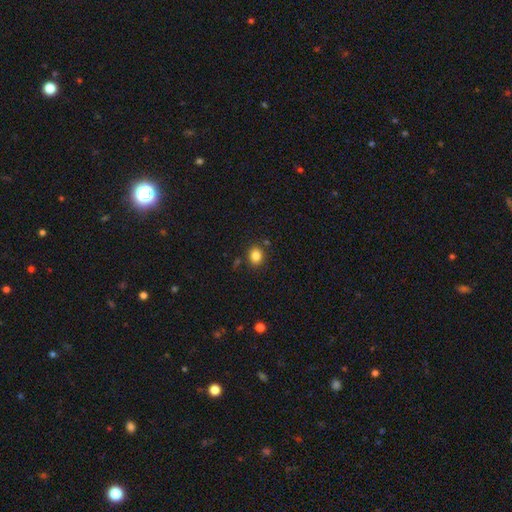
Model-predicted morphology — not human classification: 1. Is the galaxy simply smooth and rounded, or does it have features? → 84% smooth, 11% star or artifact, 5% featured or disk.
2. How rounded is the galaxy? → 51% round, 48% in between, 1% cigar-shaped.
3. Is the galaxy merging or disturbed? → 82% none, 10% minor disturbance, 5% merger, 3% major disturbance.